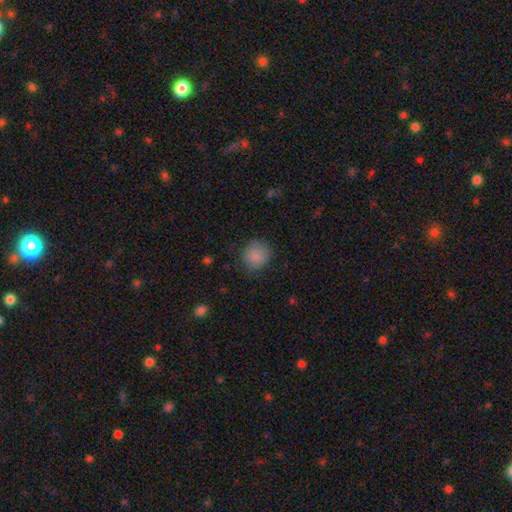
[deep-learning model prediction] Morphology: type=smooth (84%); roundness=round (83%); merging=none (76%).